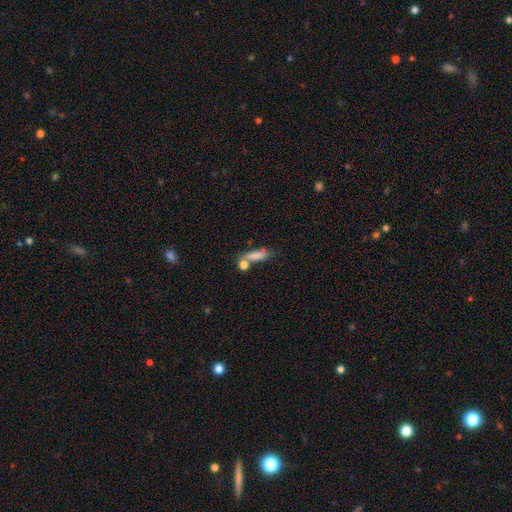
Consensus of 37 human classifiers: Smooth or featured?
  - smooth: 70% *
  - featured or disk: 19%
  - star or artifact: 11%
How rounded?
  - cigar-shaped: 54% *
  - in between: 42%
  - round: 4%
Merging?
  - none: 48% *
  - merger: 27%
  - minor disturbance: 12%
  - major disturbance: 12%